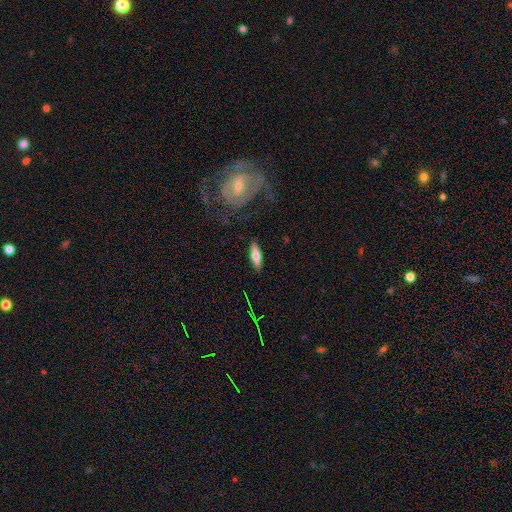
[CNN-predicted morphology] Q: Smooth or featured?
A: smooth (56%); runner-up: featured or disk (38%)
Q: How rounded?
A: cigar-shaped (61%); runner-up: in between (37%)
Q: Merging?
A: none (86%); runner-up: minor disturbance (10%)